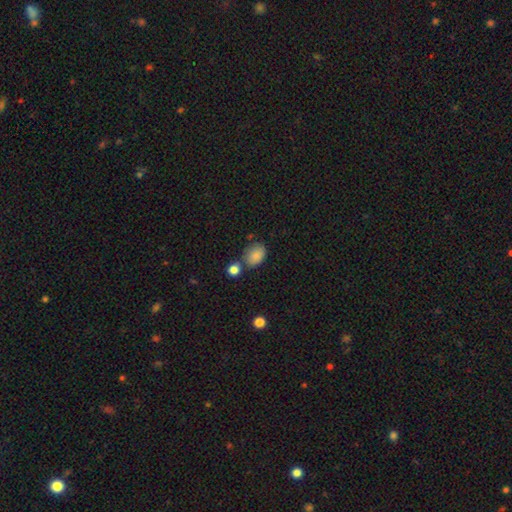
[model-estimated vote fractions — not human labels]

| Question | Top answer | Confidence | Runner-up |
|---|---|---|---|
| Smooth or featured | smooth | 86% | star or artifact (9%) |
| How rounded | in between | 79% | round (20%) |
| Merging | none | 57% | minor disturbance (21%) |